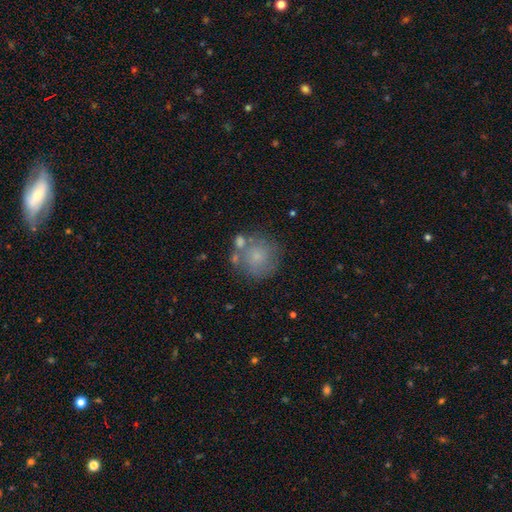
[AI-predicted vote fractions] Smooth or featured?
  - smooth: 63% *
  - featured or disk: 25%
  - star or artifact: 12%
How rounded?
  - round: 91% *
  - in between: 8%
  - cigar-shaped: 1%
Merging?
  - none: 65% *
  - minor disturbance: 16%
  - merger: 12%
  - major disturbance: 7%